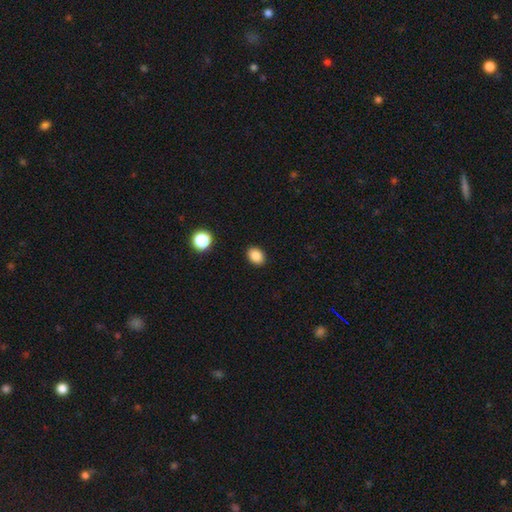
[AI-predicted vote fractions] Overall: smooth (86%). How rounded: in between (62%; round 37%). Merging: none (90%).